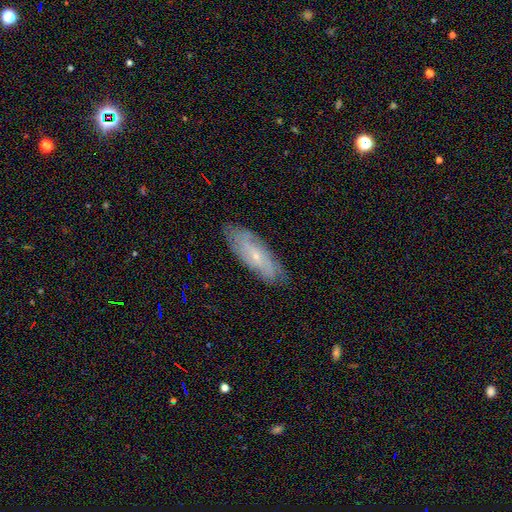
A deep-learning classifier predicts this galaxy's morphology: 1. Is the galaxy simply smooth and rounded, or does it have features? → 65% featured or disk, 27% smooth, 8% star or artifact.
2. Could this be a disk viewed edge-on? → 78% no, 22% yes.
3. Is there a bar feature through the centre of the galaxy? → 59% no, 31% weak, 9% strong.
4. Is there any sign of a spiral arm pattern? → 83% yes, 17% no.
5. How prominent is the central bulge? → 78% small, 18% moderate, 2% none, 1% large, 1% dominant.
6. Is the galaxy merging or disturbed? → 80% none, 15% minor disturbance, 3% major disturbance, 1% merger.